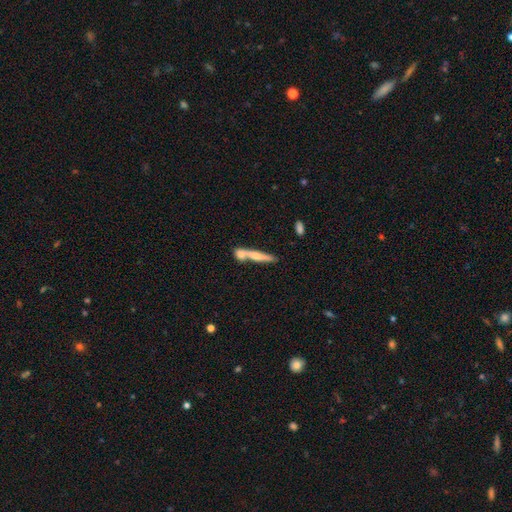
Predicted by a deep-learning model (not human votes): smooth_or_featured: smooth (p=0.54) [alt: featured or disk p=0.40]
how_rounded: cigar-shaped (p=0.88) [alt: in between p=0.09]
merging: none (p=0.48) [alt: merger p=0.36]